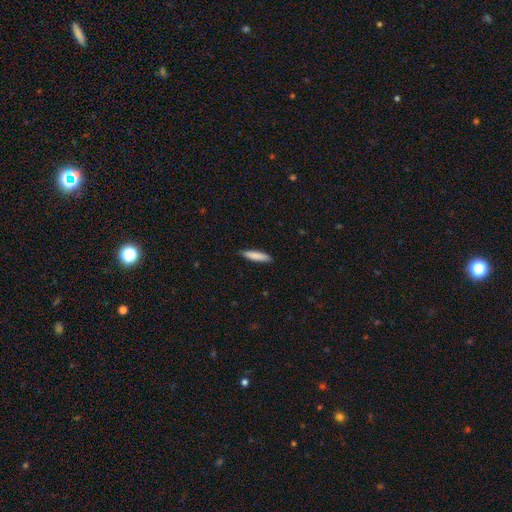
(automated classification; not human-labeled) Smooth or featured? Predicted: smooth (p=0.85). How rounded? Predicted: cigar-shaped (p=0.83). Merging? Predicted: none (p=0.88).